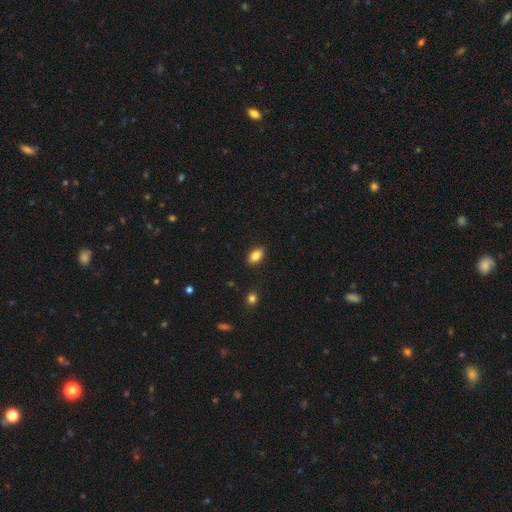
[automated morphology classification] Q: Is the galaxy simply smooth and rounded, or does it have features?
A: smooth — 84%.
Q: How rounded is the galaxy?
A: in between — 88%.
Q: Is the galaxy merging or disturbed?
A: none — 88%.